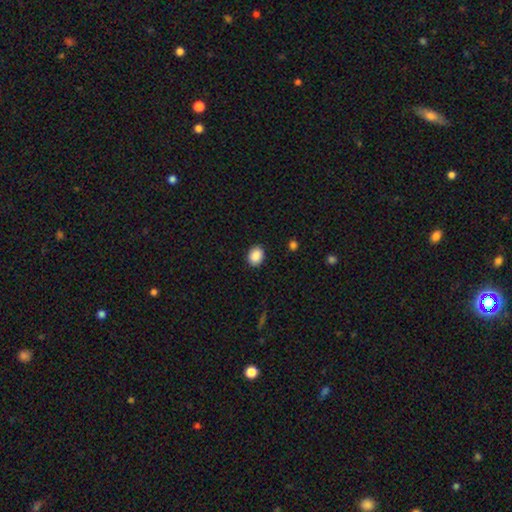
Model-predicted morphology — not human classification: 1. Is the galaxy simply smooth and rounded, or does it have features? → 89% smooth, 8% star or artifact, 3% featured or disk.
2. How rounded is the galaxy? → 51% in between, 48% round, 1% cigar-shaped.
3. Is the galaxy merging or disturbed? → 89% none, 8% minor disturbance, 2% major disturbance, 1% merger.